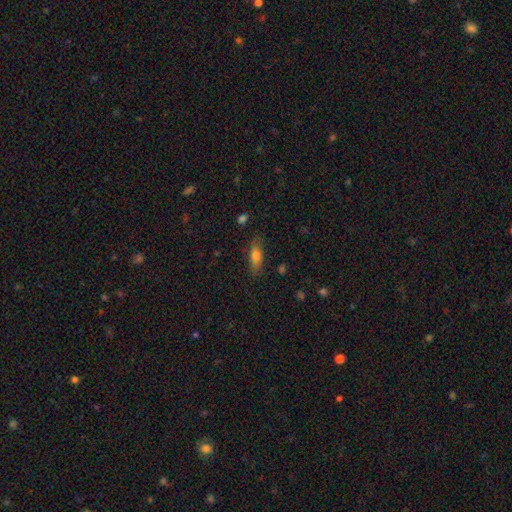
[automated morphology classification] This appears to be a smooth galaxy with no disk features (72%) that is in between round and cigar-shaped (61%). Merging: none (80%).